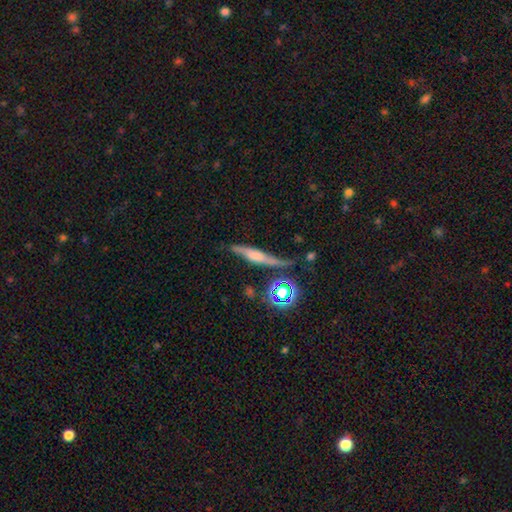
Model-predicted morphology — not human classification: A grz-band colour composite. It shows a featured or disk galaxy (60%) viewed edge-on (79%). Merging: none (65%).